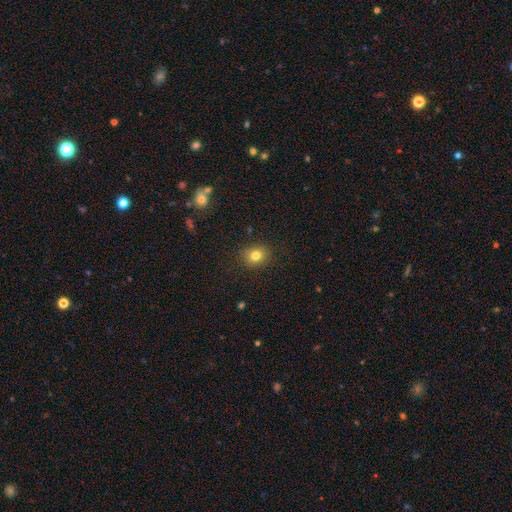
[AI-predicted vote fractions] The model was most divided on "how rounded": round: 67%, in between: 32%, cigar-shaped: 1%. More confident: merging — none (87%); smooth or featured — smooth (80%).